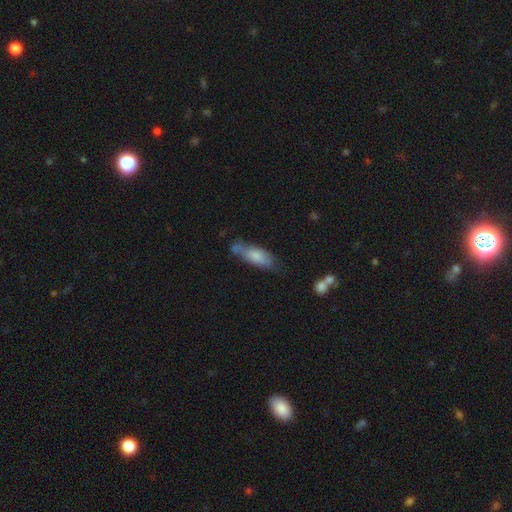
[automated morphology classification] A smooth galaxy with no disk features (71%) that is in between round and cigar-shaped (58%).

Vote fractions:
- Smooth or featured? smooth: 71% / featured or disk: 22% / star or artifact: 6%
- How rounded? in between: 58% / cigar-shaped: 40% / round: 2%
- Merging? none: 49% / minor disturbance: 31% / major disturbance: 10% / merger: 10%